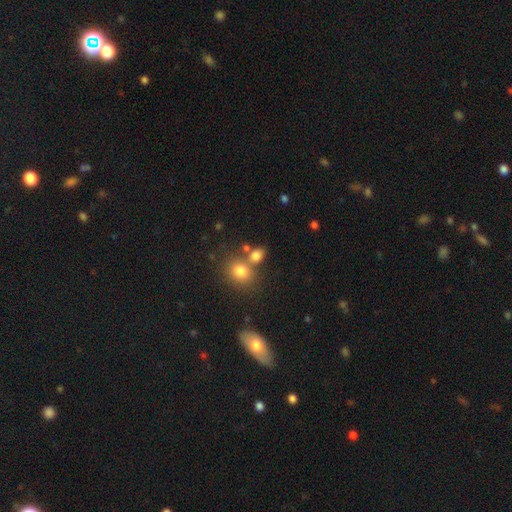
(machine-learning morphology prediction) A smooth galaxy with no disk features (78%) that is in between round and cigar-shaped (56%). Merging: none (52%).